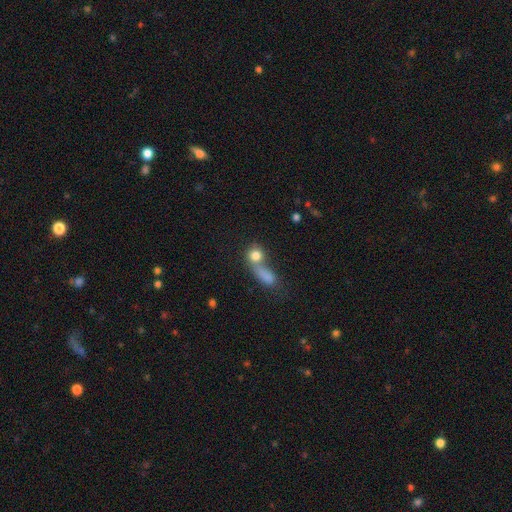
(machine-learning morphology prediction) This appears to be a smooth galaxy with no disk features (79%) that is round (70%). Merging: merger (54%).